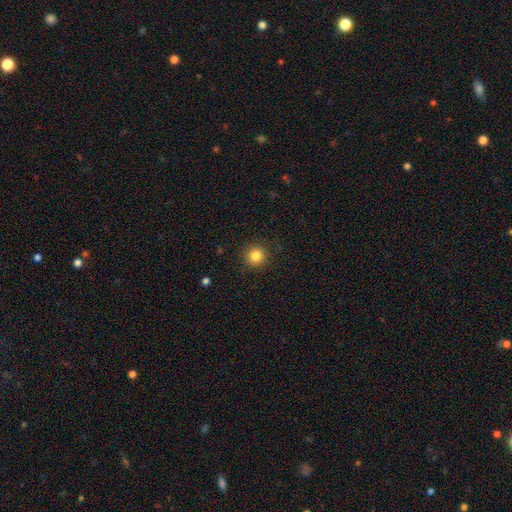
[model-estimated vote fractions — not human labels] Smooth or featured? Predicted: smooth (p=0.83). How rounded? Predicted: round (p=0.95). Merging? Predicted: none (p=0.91).